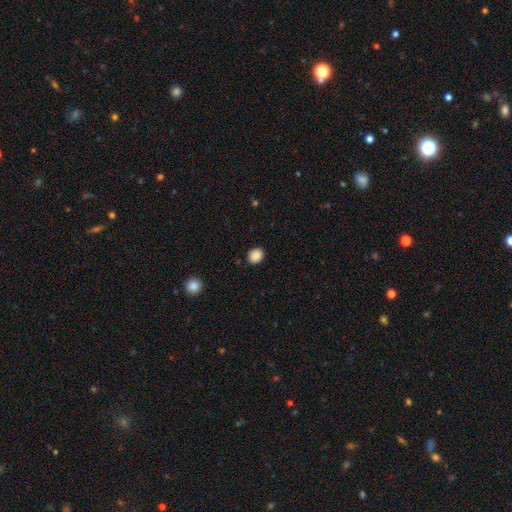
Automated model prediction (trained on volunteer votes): smooth_or_featured: smooth (p=0.88) [alt: star or artifact p=0.09]
how_rounded: round (p=0.72) [alt: in between p=0.27]
merging: none (p=0.90) [alt: minor disturbance p=0.07]